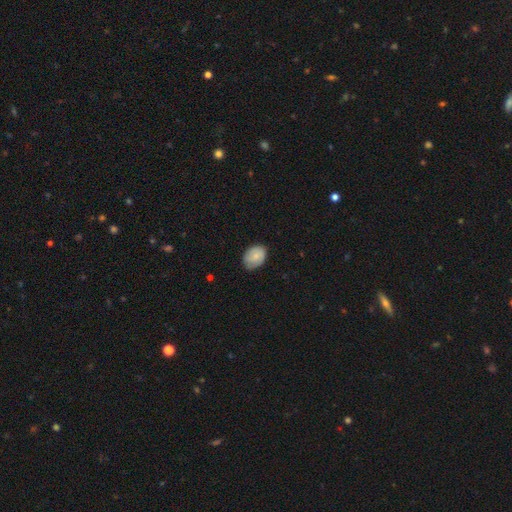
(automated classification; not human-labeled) A smooth galaxy with no disk features (75%) that is in between round and cigar-shaped (70%). Merging: none (67%).